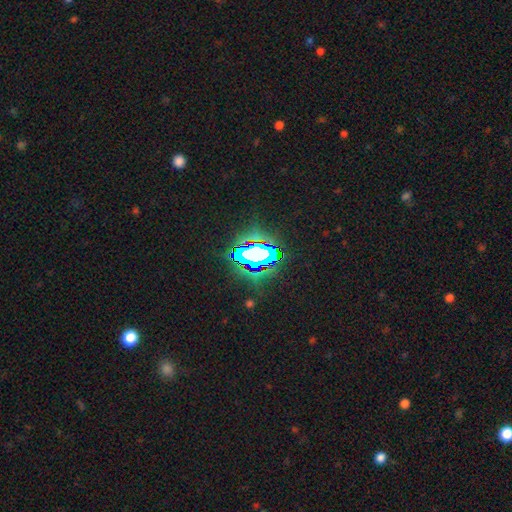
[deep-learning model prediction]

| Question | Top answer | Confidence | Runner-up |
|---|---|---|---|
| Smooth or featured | star or artifact | 64% | smooth (20%) |